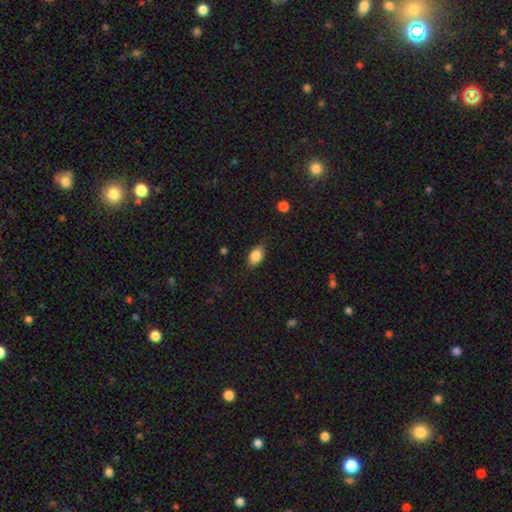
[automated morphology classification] A smooth galaxy with no disk features (85%) that is in between round and cigar-shaped (85%). Merging: none (79%).